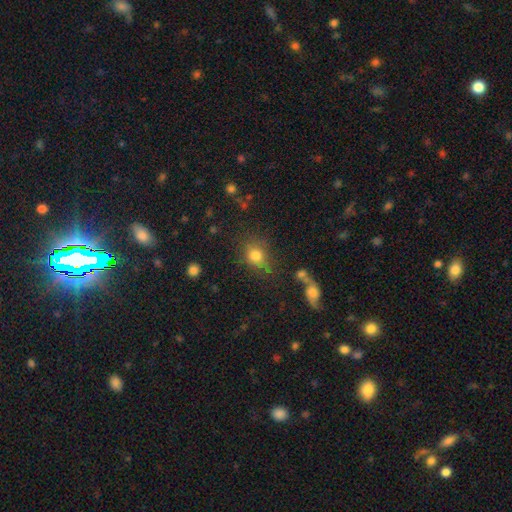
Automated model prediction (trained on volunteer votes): Morphology: type=smooth (77%); roundness=round (68%); merging=none (70%).